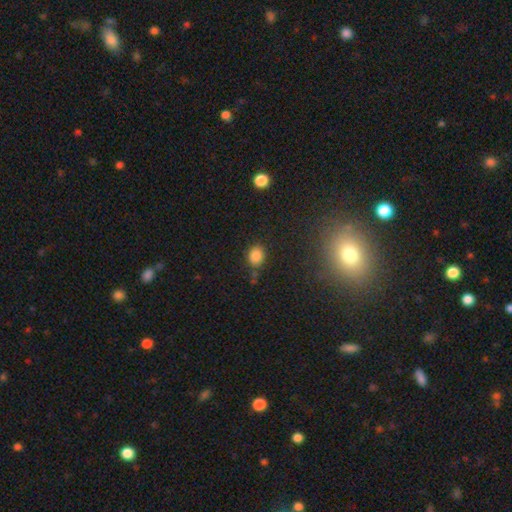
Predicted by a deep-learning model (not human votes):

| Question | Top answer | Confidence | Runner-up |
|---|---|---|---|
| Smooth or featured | smooth | 84% | star or artifact (11%) |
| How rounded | round | 53% | in between (46%) |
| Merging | none | 76% | minor disturbance (16%) |